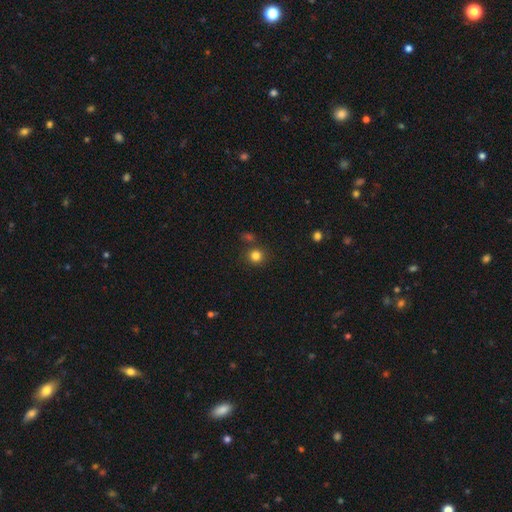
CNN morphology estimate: smooth 81%, star or artifact 14%, featured or disk 5%. Down the decision tree: how rounded — round (91%); merging — none (81%).